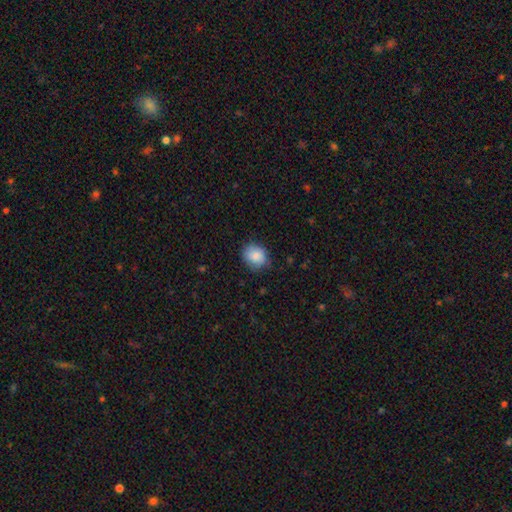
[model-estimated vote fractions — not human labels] Smooth or featured?
  - smooth: 87% *
  - star or artifact: 7%
  - featured or disk: 5%
How rounded?
  - round: 60% *
  - in between: 39%
  - cigar-shaped: 1%
Merging?
  - none: 79% *
  - minor disturbance: 16%
  - major disturbance: 3%
  - merger: 1%